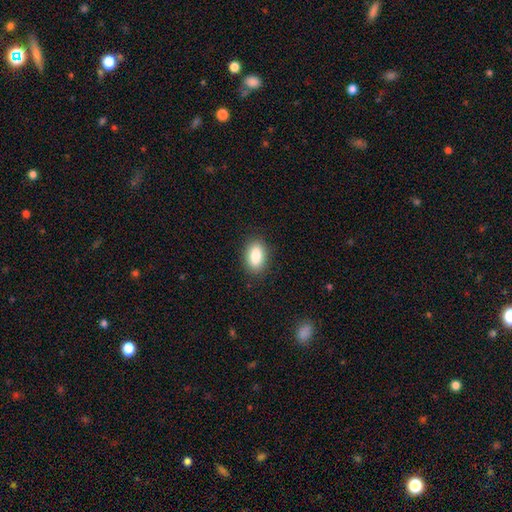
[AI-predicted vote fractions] Overall: smooth (87%). How rounded: in between (91%). Merging: none (88%).